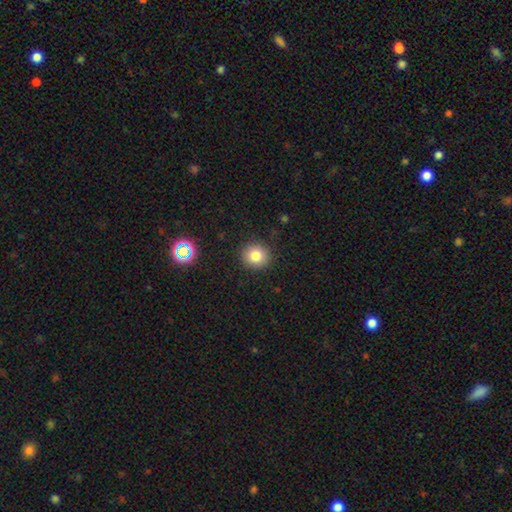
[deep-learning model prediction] A smooth galaxy with no disk features (80%) that is round (90%).

Vote fractions:
- Smooth or featured? smooth: 80% / star or artifact: 13% / featured or disk: 8%
- How rounded? round: 90% / in between: 9% / cigar-shaped: 1%
- Merging? none: 90% / minor disturbance: 7% / major disturbance: 2% / merger: 1%